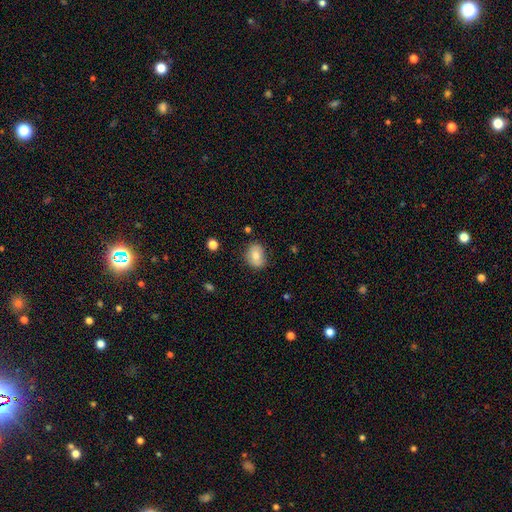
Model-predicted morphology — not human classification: This is likely a smooth galaxy (76%). How rounded: likely in between (60%). Merging: likely none (77%).